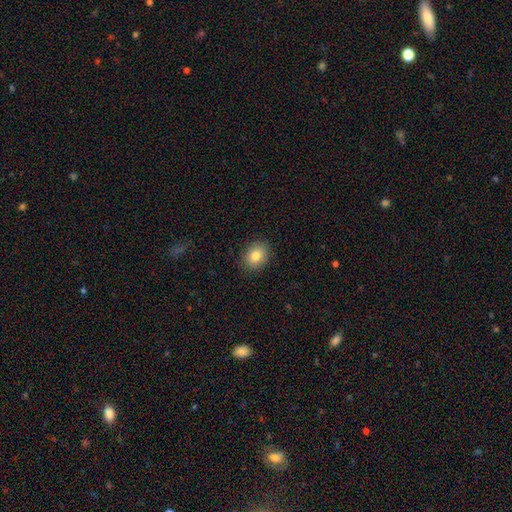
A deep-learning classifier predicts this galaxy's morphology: The model was most divided on "how rounded": round: 54%, in between: 45%, cigar-shaped: 1%. More confident: merging — none (88%); smooth or featured — smooth (82%).